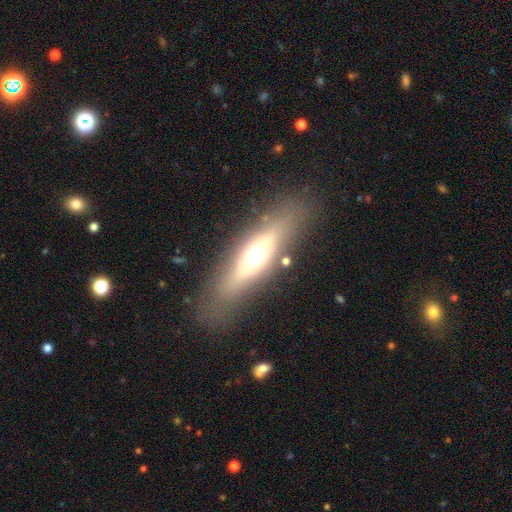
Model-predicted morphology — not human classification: Smooth or featured: featured or disk — 45% (tied with smooth — 45%)
Merging: none — 80% (minor disturbance — 11%)